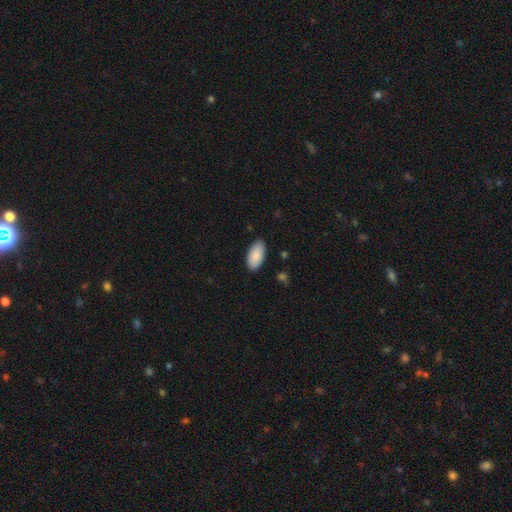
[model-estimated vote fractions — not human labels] The model was most divided on "merging": none: 87%, minor disturbance: 10%, major disturbance: 2%, merger: 1%. More confident: how rounded — in between (95%); smooth or featured — smooth (90%).